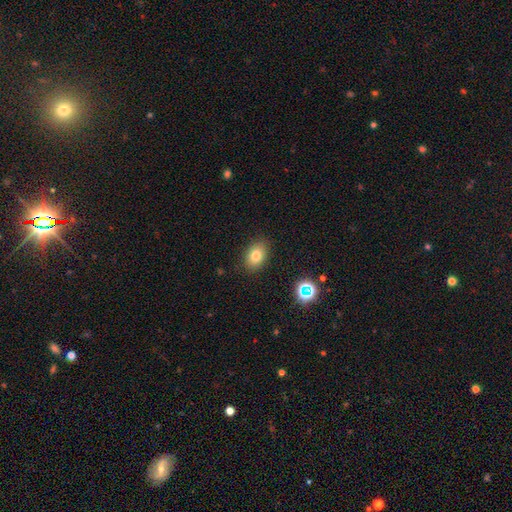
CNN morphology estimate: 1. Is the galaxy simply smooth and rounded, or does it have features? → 78% smooth, 12% star or artifact, 10% featured or disk.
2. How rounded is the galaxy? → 80% in between, 19% round, 1% cigar-shaped.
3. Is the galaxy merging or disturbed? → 86% none, 10% minor disturbance, 3% major disturbance, 1% merger.